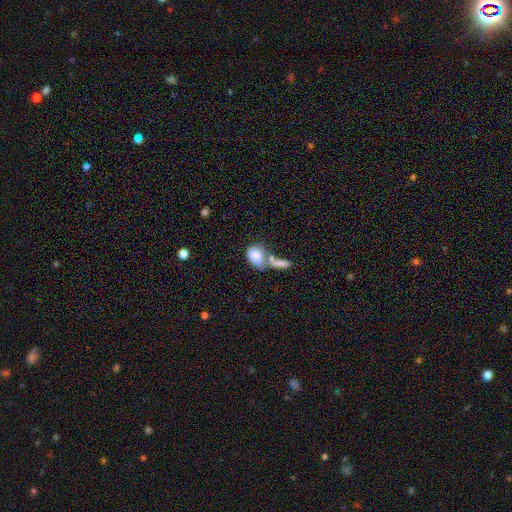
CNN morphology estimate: A smooth galaxy with no disk features (79%) that is in between round and cigar-shaped (71%).

Vote fractions:
- Smooth or featured? smooth: 79% / featured or disk: 14% / star or artifact: 7%
- How rounded? in between: 71% / round: 26% / cigar-shaped: 3%
- Merging? merger: 51% / none: 27% / minor disturbance: 12% / major disturbance: 9%